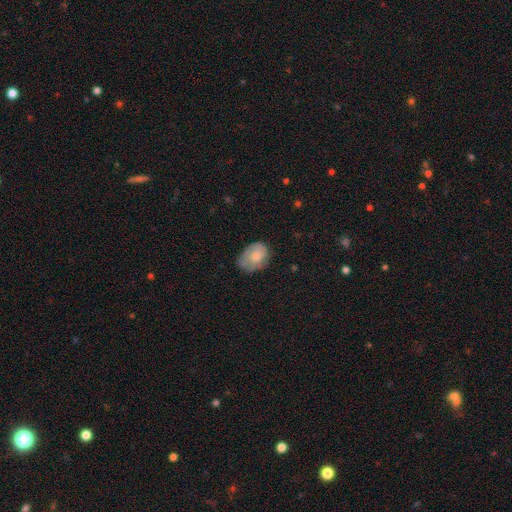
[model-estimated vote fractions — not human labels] Smooth or featured: smooth — 68% (featured or disk — 25%)
How rounded: in between — 76% (round — 23%)
Merging: none — 54% (minor disturbance — 32%)